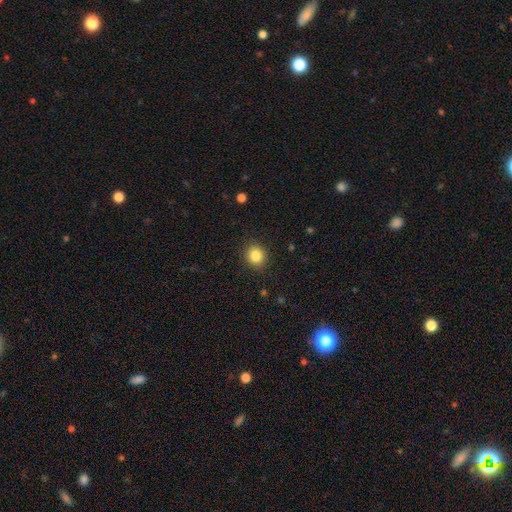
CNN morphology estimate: This is clearly a smooth galaxy (84%). How rounded: clearly round (83%). Merging: clearly none (90%).